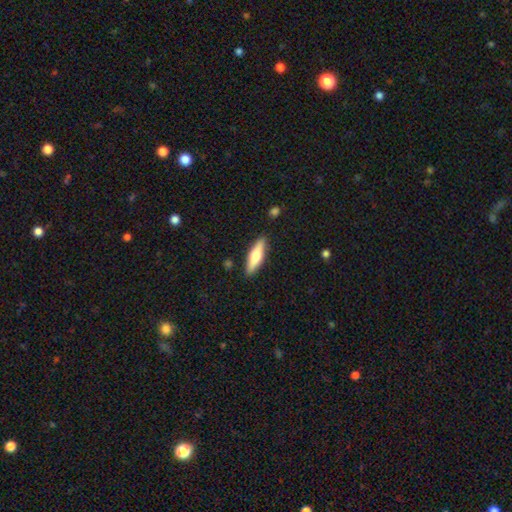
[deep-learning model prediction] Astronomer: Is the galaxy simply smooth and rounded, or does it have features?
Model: smooth — 55% (runner-up: featured or disk, 39%).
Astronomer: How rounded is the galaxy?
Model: cigar-shaped — 63%.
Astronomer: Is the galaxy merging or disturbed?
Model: none — 88%.